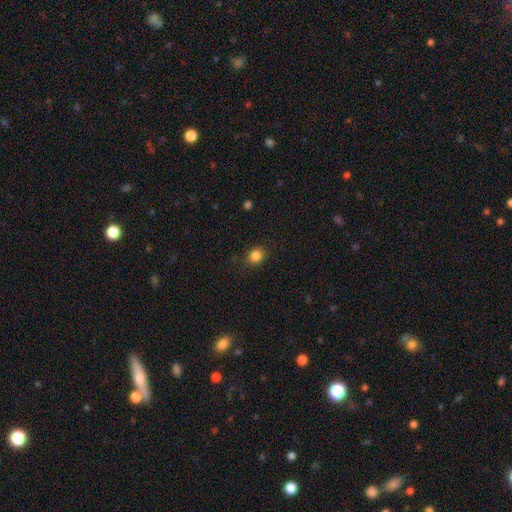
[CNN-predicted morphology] Smooth or featured: smooth — 85% (star or artifact — 11%)
How rounded: round — 62% (in between — 37%)
Merging: none — 84% (minor disturbance — 11%)